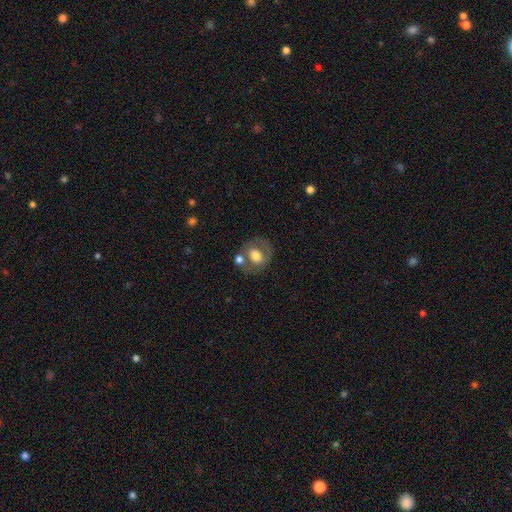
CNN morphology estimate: This appears to be a smooth galaxy with no disk features (55%) that is round (63%). Merging: none (53%).